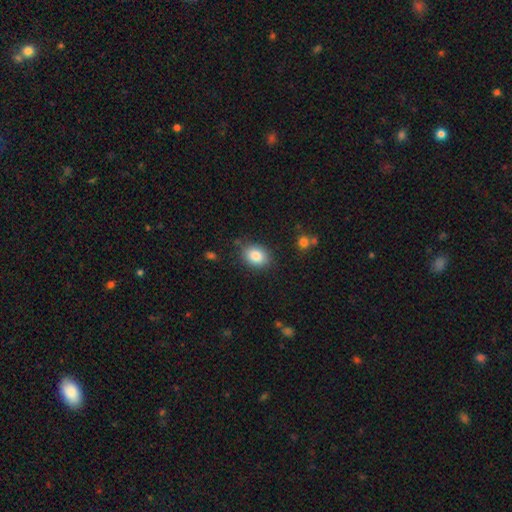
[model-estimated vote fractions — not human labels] Overall: smooth (86%). How rounded: in between (68%; round 31%). Merging: none (81%).